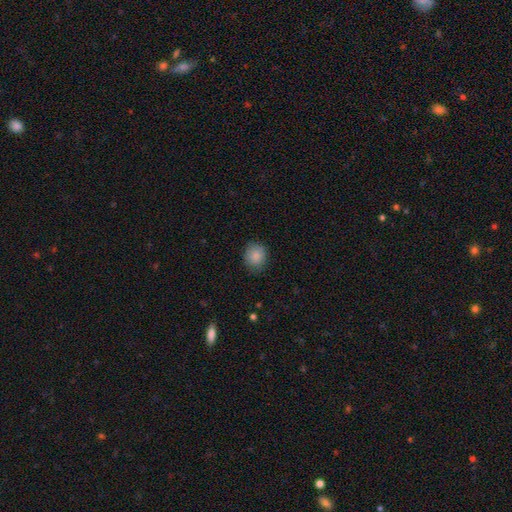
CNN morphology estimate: Q: Smooth or featured?
A: smooth (86%); runner-up: star or artifact (8%)
Q: How rounded?
A: round (74%); runner-up: in between (25%)
Q: Merging?
A: none (81%); runner-up: minor disturbance (15%)